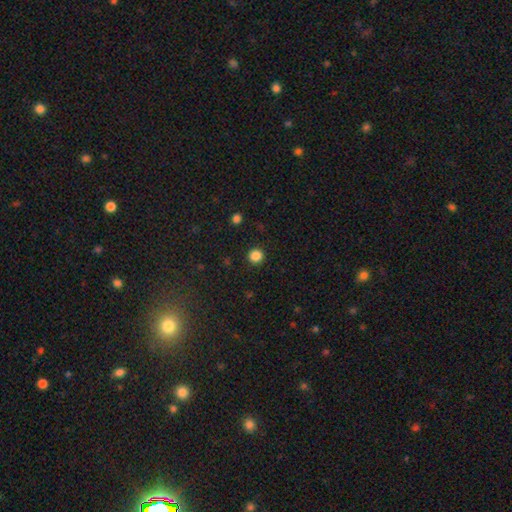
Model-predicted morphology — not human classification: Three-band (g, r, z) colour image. It shows a smooth galaxy with no disk features (86%) that is round (93%). Merging: none (92%).